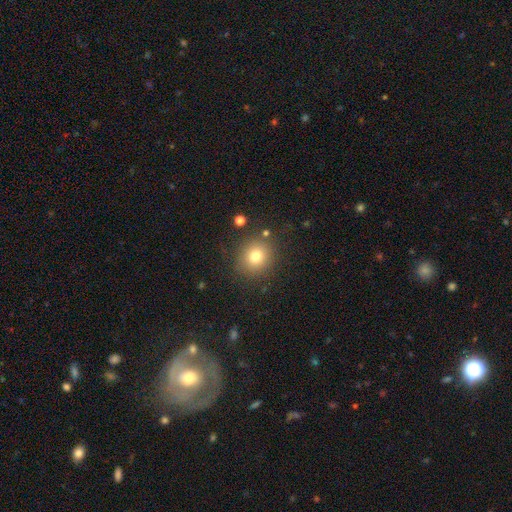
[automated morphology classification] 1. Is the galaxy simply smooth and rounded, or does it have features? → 77% smooth, 13% star or artifact, 10% featured or disk.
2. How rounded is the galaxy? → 84% round, 15% in between, 1% cigar-shaped.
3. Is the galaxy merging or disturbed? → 85% none, 9% minor disturbance, 4% major disturbance, 3% merger.